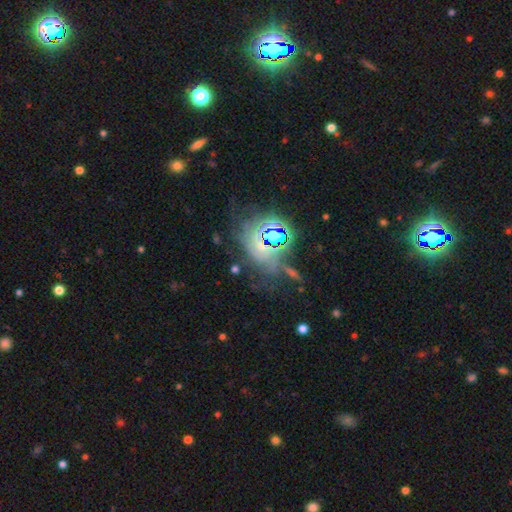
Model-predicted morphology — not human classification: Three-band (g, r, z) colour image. It shows a star or artifact, not a galaxy (69%).